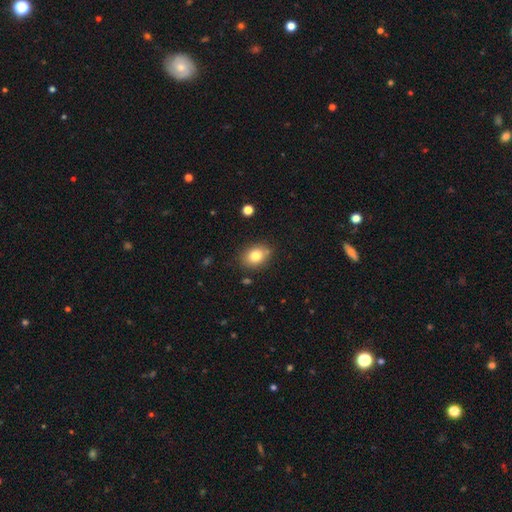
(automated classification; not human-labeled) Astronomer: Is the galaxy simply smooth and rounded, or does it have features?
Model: smooth — 80%.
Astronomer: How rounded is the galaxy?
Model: in between — 63%.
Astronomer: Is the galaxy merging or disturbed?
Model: none — 82%.